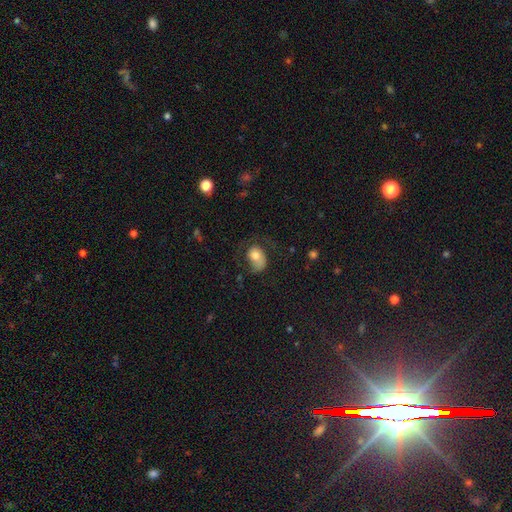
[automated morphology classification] Smooth or featured? Predicted: smooth (p=0.63). How rounded? Predicted: in between (p=0.72). Merging? Predicted: major disturbance (p=0.39).